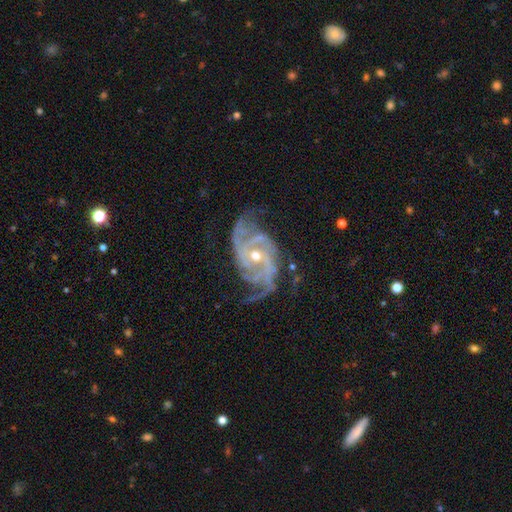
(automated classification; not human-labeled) Smooth or featured? Predicted: featured or disk (p=0.92). Edge-on disk? Predicted: no (p=0.97). Bar? Predicted: no (p=0.59). Spiral arms? Predicted: yes (p=0.98). Spiral winding? Predicted: tight (p=0.45). Spiral arm count? Predicted: 3 (p=0.32). Bulge size? Predicted: moderate (p=0.54). Merging? Predicted: none (p=0.64).